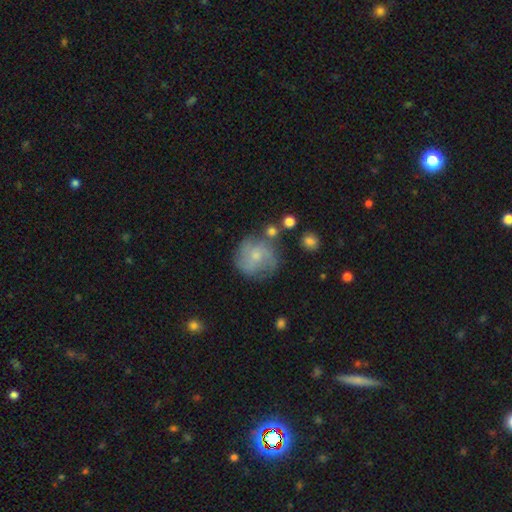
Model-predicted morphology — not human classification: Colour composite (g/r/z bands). It shows a featured or disk galaxy (56%) with no bar (75%), spiral arms (81%) and a small central bulge (71%). Merging: none (65%).